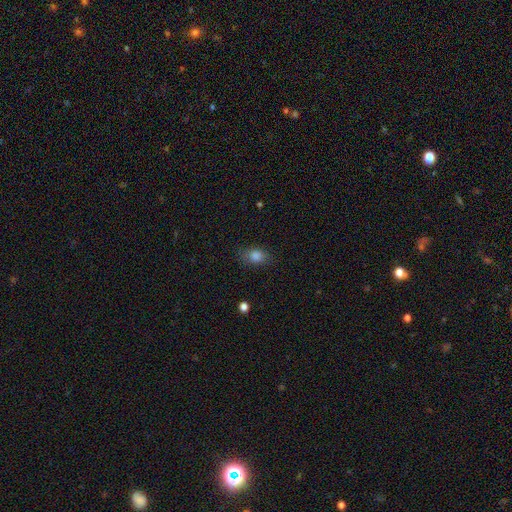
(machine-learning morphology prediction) Smooth or featured: smooth — 83% (star or artifact — 11%)
How rounded: in between — 71% (round — 26%)
Merging: none — 76% (minor disturbance — 17%)